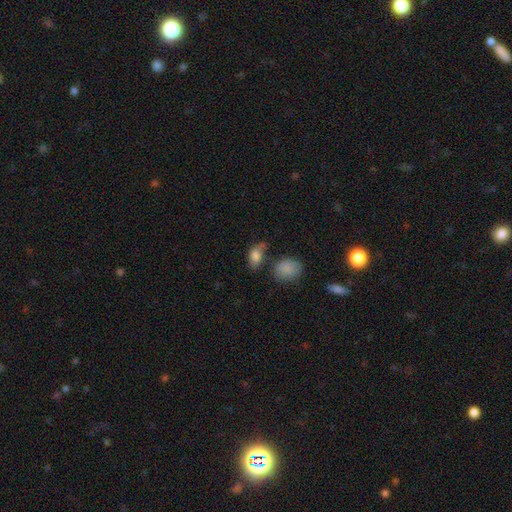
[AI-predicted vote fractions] Q: Smooth or featured?
A: smooth (79%); runner-up: featured or disk (12%)
Q: How rounded?
A: in between (85%); runner-up: round (12%)
Q: Merging?
A: none (44%); runner-up: minor disturbance (27%)